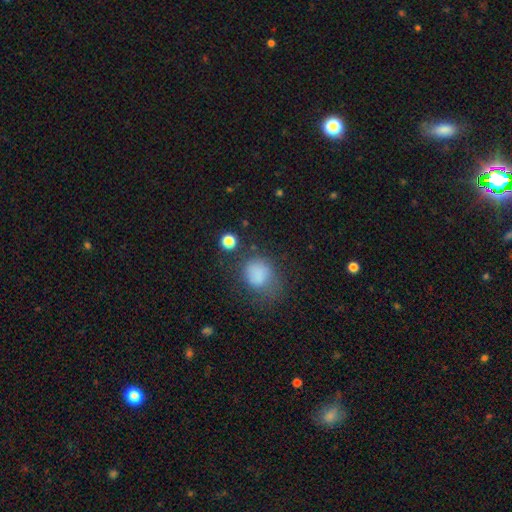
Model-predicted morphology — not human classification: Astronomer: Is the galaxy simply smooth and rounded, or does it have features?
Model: smooth — 64%.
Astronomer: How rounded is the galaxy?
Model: round — 66%.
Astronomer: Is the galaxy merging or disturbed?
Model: none — 73%.